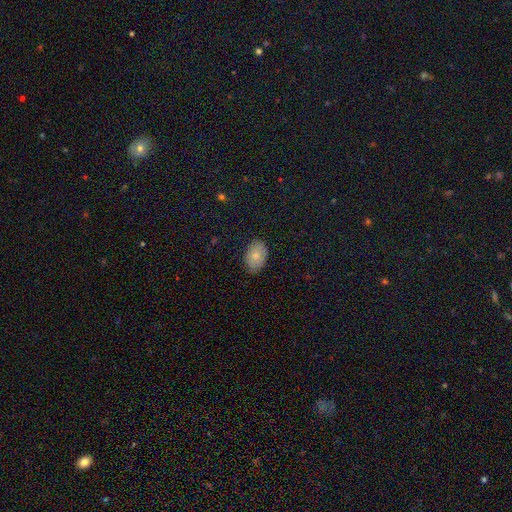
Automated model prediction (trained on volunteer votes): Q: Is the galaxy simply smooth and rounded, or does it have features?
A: smooth — 81%.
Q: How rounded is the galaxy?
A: in between — 86%.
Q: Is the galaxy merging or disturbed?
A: none — 82%.